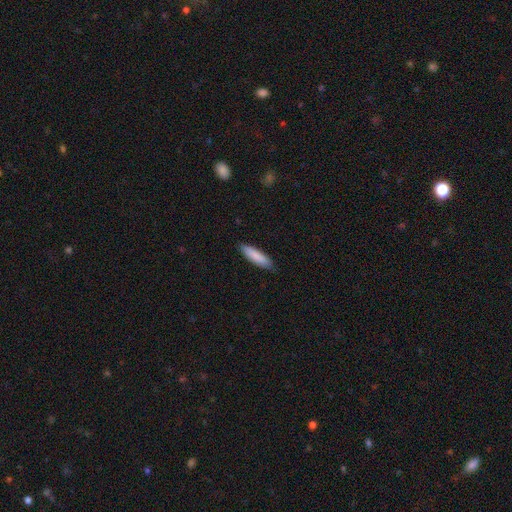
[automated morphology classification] This appears to be a smooth galaxy with no disk features (86%) that is cigar-shaped (71%). Merging: none (88%).